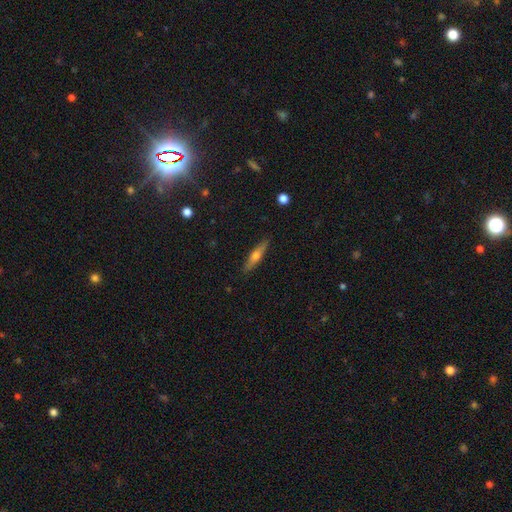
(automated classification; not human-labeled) featured or disk 50%, smooth 44%, star or artifact 6%. Down the decision tree: merging — none (89%).